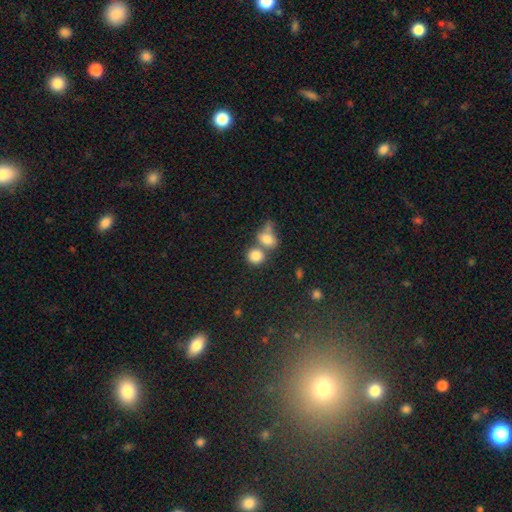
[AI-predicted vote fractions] smooth-or-featured: smooth: 81% | star or artifact: 10% | featured or disk: 8%
  how-rounded: round: 75% | in between: 23% | cigar-shaped: 1%
  merging: merger: 44% | none: 42% | minor disturbance: 9% | major disturbance: 5%